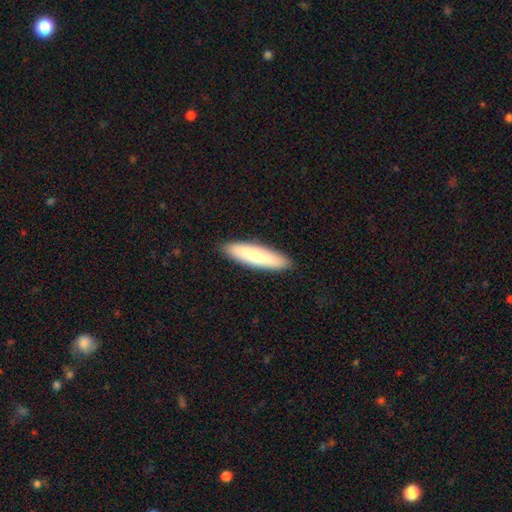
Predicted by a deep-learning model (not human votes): This appears to be a smooth galaxy with no disk features (75%) that is cigar-shaped (72%). Merging: none (90%).